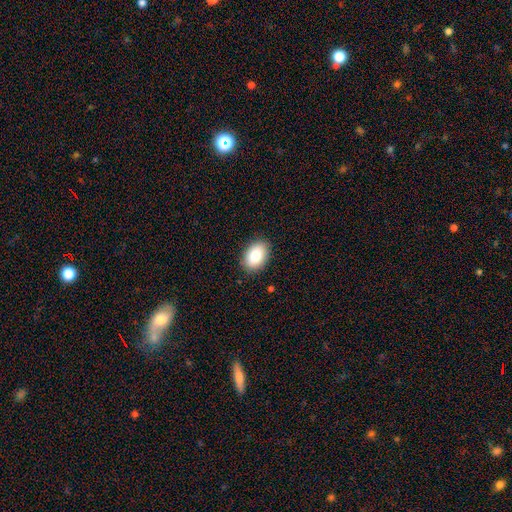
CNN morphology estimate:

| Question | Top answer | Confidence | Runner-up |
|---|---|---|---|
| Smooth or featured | smooth | 85% | featured or disk (8%) |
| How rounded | in between | 84% | round (15%) |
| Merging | none | 88% | minor disturbance (9%) |